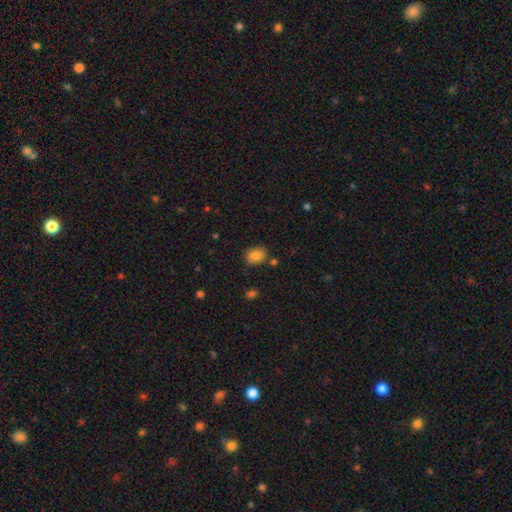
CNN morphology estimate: Q: Smooth or featured?
A: smooth (84%); runner-up: star or artifact (9%)
Q: How rounded?
A: in between (57%); runner-up: round (42%)
Q: Merging?
A: none (77%); runner-up: minor disturbance (14%)